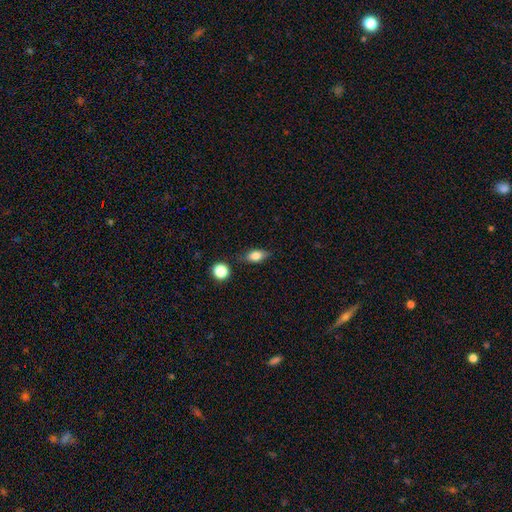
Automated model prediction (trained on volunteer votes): This is likely a smooth galaxy (79%). How rounded: likely in between (80%). Merging: likely none (79%).